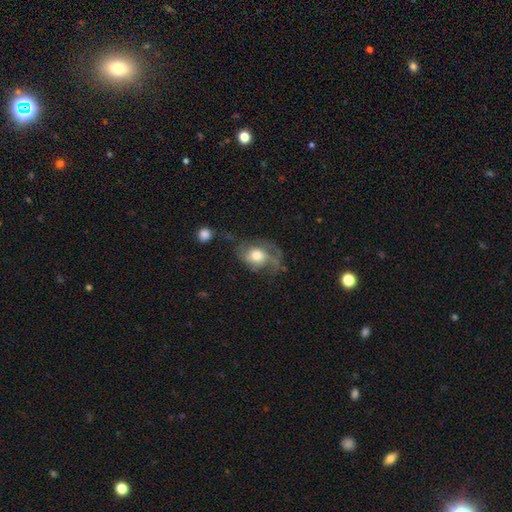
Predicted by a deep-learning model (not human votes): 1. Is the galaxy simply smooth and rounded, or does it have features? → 56% featured or disk, 37% smooth, 7% star or artifact.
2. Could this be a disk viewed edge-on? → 96% no, 4% yes.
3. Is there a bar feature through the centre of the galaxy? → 77% no, 20% weak, 4% strong.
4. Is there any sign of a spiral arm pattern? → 78% yes, 22% no.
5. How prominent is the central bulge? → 54% moderate, 34% large, 7% small, 3% dominant, 2% none.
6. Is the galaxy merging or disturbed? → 37% major disturbance, 34% none, 24% minor disturbance, 5% merger.